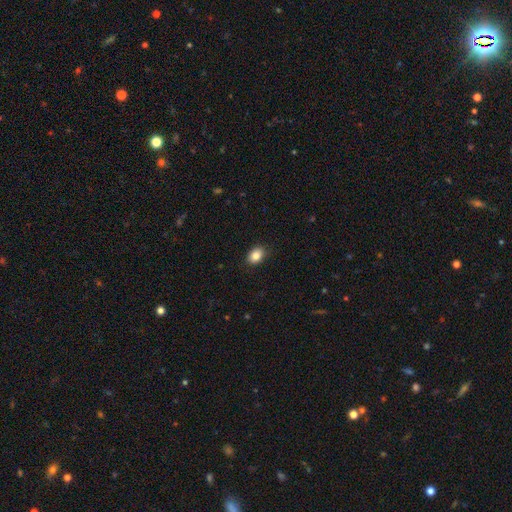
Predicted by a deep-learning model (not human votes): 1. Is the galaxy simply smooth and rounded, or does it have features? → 85% smooth, 9% star or artifact, 6% featured or disk.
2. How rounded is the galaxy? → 73% in between, 26% round, 1% cigar-shaped.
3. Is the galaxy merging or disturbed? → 88% none, 9% minor disturbance, 2% major disturbance, 1% merger.